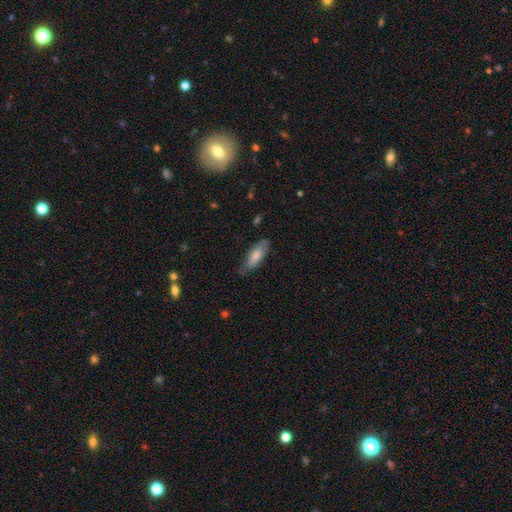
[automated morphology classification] This appears to be a smooth galaxy with no disk features (75%) that is in between round and cigar-shaped (67%). Merging: none (67%).